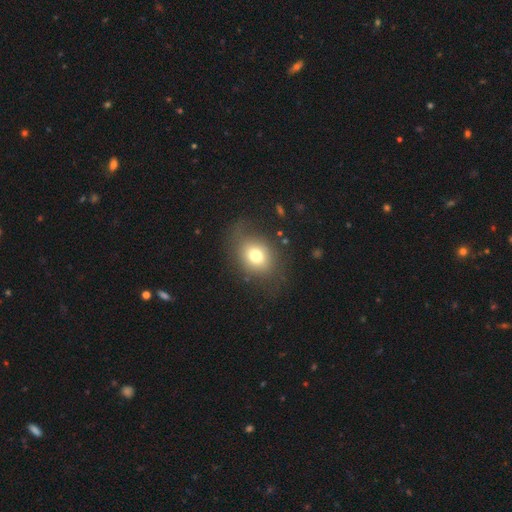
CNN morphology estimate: Overall: smooth (71%). How rounded: round (50%; in between 49%). Merging: none (67%).